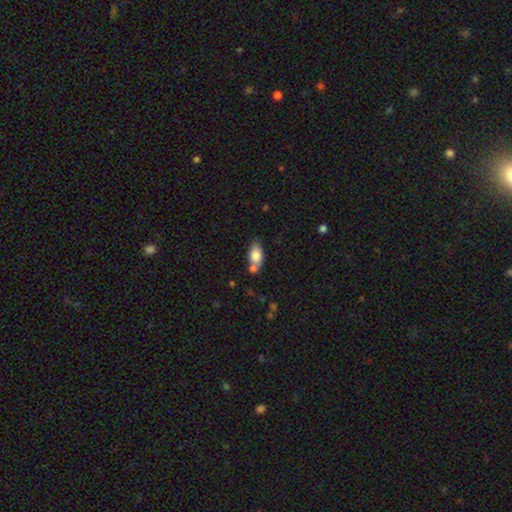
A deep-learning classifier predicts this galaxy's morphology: smooth-or-featured: smooth: 79% | featured or disk: 14% | star or artifact: 7%
  how-rounded: in between: 87% | cigar-shaped: 7% | round: 6%
  merging: none: 51% | merger: 27% | minor disturbance: 17% | major disturbance: 5%